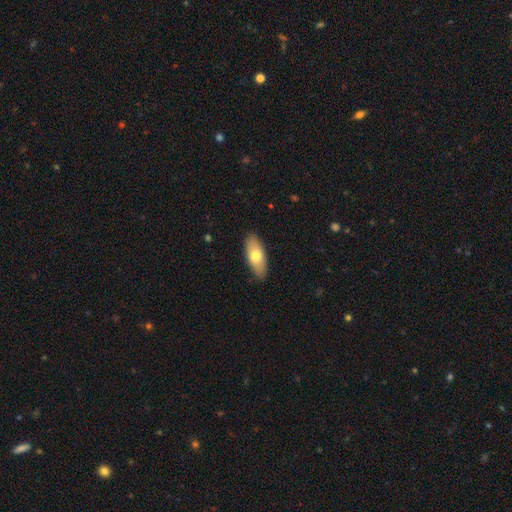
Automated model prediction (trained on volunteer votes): A smooth galaxy with no disk features (70%) that is in between round and cigar-shaped (83%).

Vote fractions:
- Smooth or featured? smooth: 70% / featured or disk: 24% / star or artifact: 6%
- How rounded? in between: 83% / cigar-shaped: 14% / round: 3%
- Merging? none: 87% / minor disturbance: 10% / major disturbance: 2% / merger: 1%